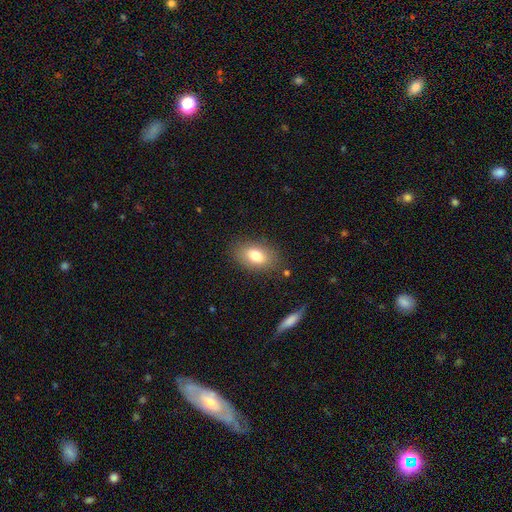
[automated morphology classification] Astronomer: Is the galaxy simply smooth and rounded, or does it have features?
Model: smooth — 79%.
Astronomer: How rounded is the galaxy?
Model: in between — 87%.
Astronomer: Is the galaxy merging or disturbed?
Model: none — 82%.